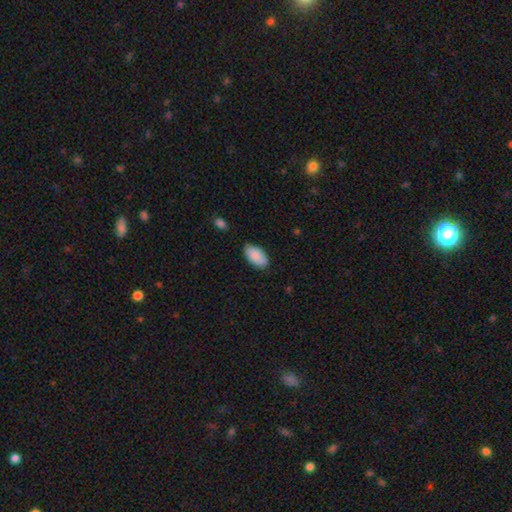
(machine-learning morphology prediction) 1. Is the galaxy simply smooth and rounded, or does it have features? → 87% smooth, 6% featured or disk, 6% star or artifact.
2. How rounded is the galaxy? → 95% in between, 3% cigar-shaped, 3% round.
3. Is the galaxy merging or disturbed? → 80% none, 16% minor disturbance, 3% major disturbance, 2% merger.